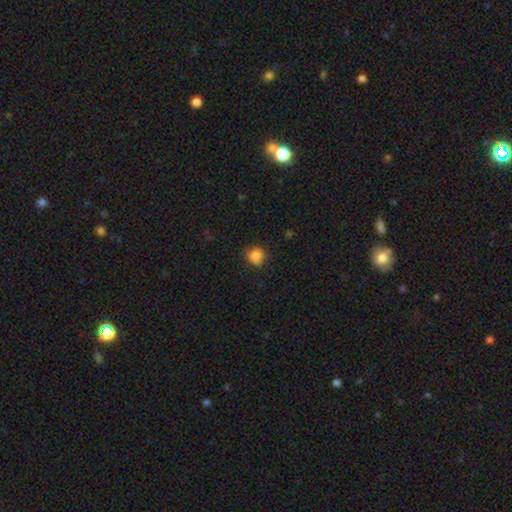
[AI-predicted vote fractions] smooth-or-featured: smooth: 85% | star or artifact: 10% | featured or disk: 4%
  how-rounded: round: 85% | in between: 14% | cigar-shaped: 1%
  merging: none: 78% | minor disturbance: 17% | major disturbance: 4% | merger: 1%